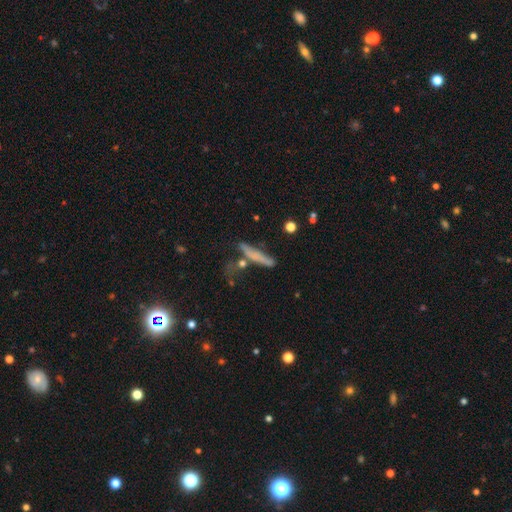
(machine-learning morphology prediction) A smooth galaxy with no disk features (56%) that is cigar-shaped (89%).

Vote fractions:
- Smooth or featured? smooth: 56% / featured or disk: 33% / star or artifact: 11%
- How rounded? cigar-shaped: 89% / in between: 7% / round: 3%
- Merging? none: 56% / minor disturbance: 20% / merger: 14% / major disturbance: 10%